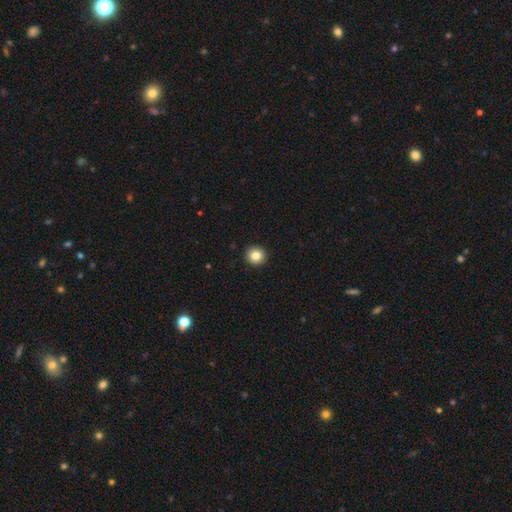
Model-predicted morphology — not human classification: type=smooth (83%); roundness=round (94%); merging=none (94%).